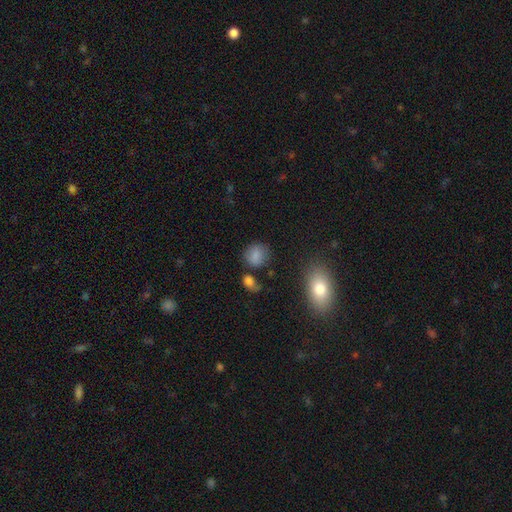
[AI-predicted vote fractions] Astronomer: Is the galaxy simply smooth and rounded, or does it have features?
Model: smooth — 82%.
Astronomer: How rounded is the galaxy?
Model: round — 73%.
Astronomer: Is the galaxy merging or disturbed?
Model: none — 69%.